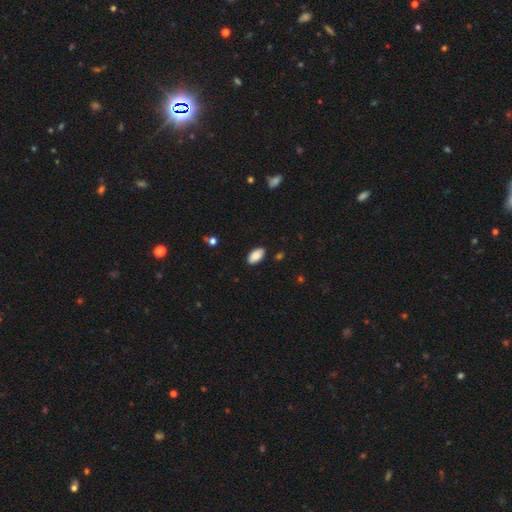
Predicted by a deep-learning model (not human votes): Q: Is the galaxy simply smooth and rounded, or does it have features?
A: smooth — 90%.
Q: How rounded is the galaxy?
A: in between — 95%.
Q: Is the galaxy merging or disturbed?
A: none — 87%.